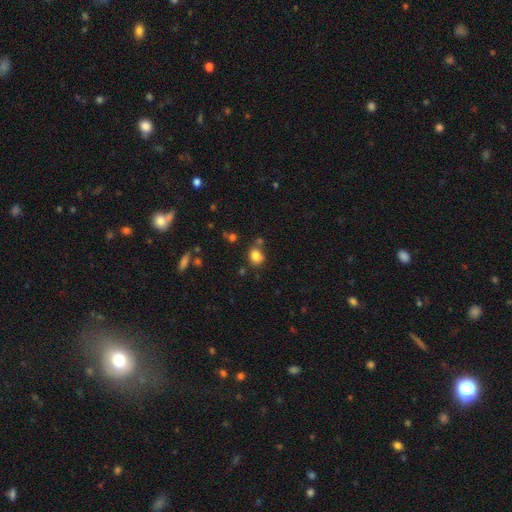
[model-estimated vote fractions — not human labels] smooth_or_featured: smooth (p=0.82) [alt: star or artifact p=0.12]
how_rounded: round (p=0.56) [alt: in between p=0.43]
merging: none (p=0.69) [alt: minor disturbance p=0.14]